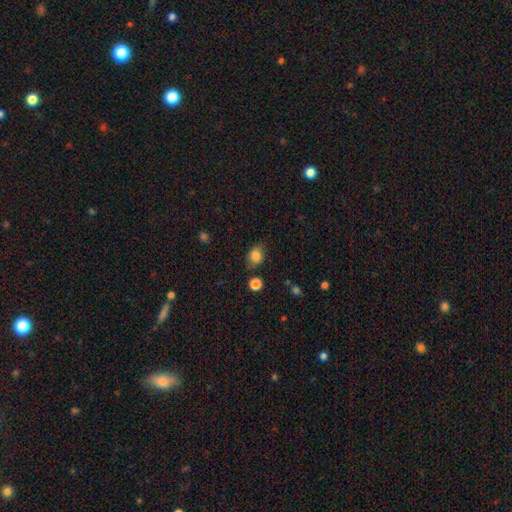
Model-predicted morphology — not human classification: This is clearly a smooth galaxy (82%). How rounded: possibly in between (59%). Merging: likely none (77%).